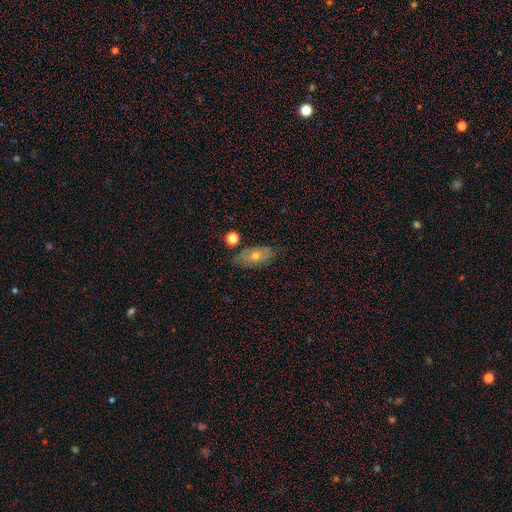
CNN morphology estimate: Smooth or featured? Predicted: smooth (p=0.46). Merging? Predicted: none (p=0.76).